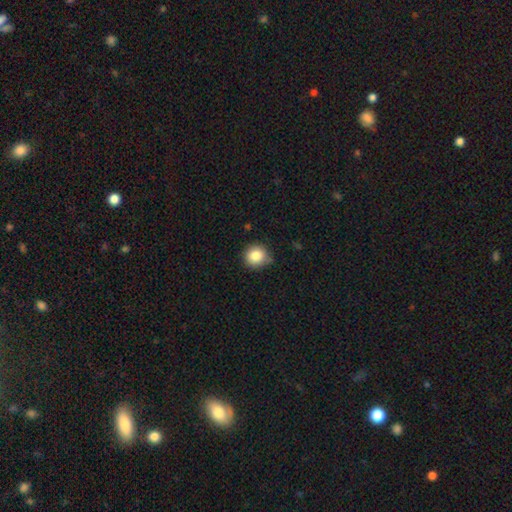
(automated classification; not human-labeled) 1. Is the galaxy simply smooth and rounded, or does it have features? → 84% smooth, 10% star or artifact, 6% featured or disk.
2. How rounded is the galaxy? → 89% round, 10% in between, 1% cigar-shaped.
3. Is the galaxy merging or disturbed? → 74% none, 20% minor disturbance, 3% major disturbance, 2% merger.